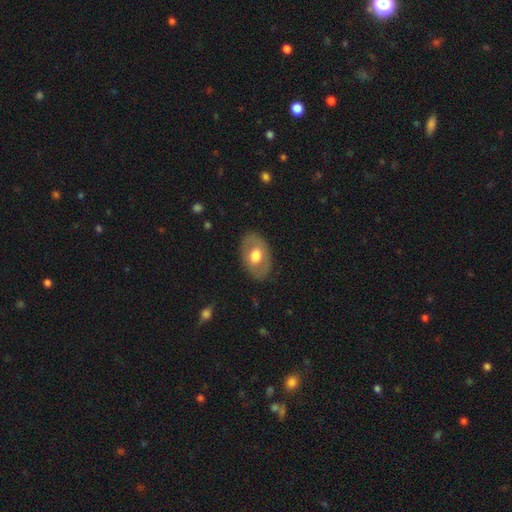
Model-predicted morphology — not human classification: smooth 55%, featured or disk 39%, star or artifact 6%. Down the decision tree: how rounded — in between (82%); merging — none (83%).